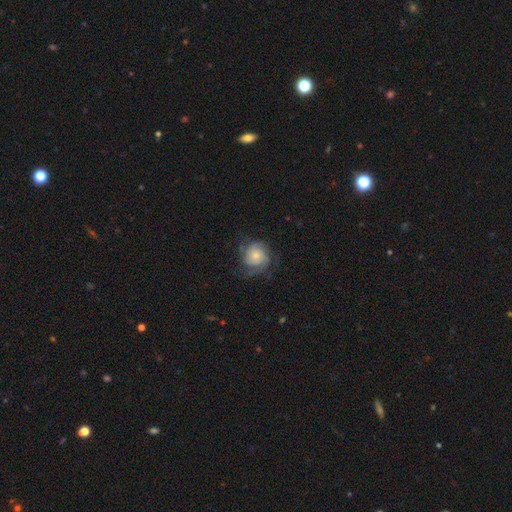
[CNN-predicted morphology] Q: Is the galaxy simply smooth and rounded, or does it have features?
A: featured or disk — 66%.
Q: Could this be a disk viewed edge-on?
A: no — 98%.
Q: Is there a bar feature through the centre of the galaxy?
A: no — 78%.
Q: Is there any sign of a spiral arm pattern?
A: yes — 92%.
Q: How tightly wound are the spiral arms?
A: tight — 51%.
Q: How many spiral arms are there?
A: can't tell — 29%.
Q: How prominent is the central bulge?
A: small — 44%.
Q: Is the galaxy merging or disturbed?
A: none — 65%.